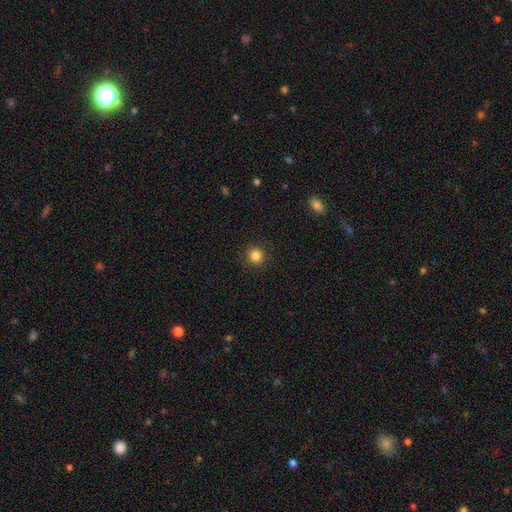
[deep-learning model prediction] The model was most divided on "smooth or featured": smooth: 84%, star or artifact: 12%, featured or disk: 4%. More confident: how rounded — round (94%); merging — none (91%).